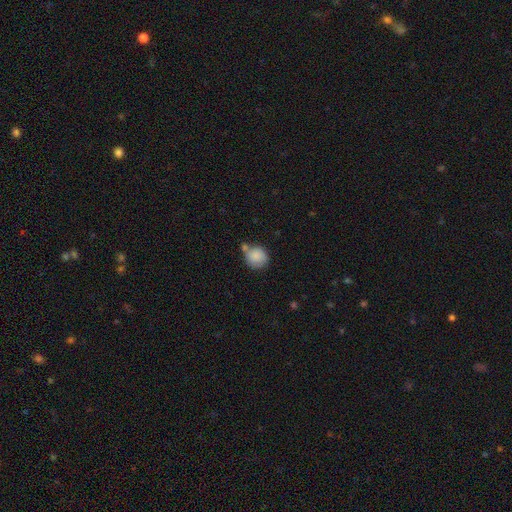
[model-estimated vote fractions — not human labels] A smooth galaxy with no disk features (85%) that is round (88%). Merging: none (53%).